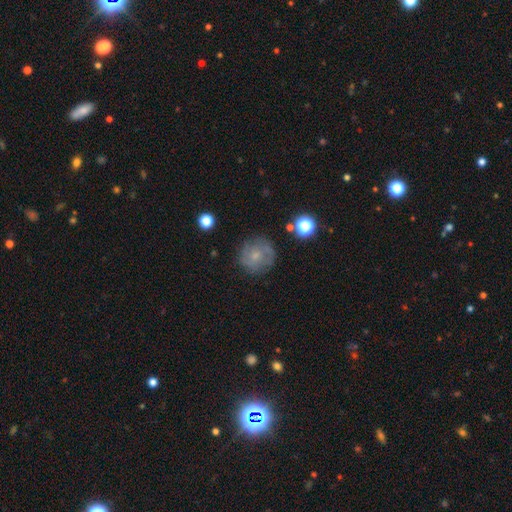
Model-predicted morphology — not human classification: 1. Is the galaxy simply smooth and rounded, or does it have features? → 53% smooth, 36% featured or disk, 11% star or artifact.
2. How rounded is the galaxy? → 90% round, 9% in between, 1% cigar-shaped.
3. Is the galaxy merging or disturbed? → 75% none, 17% minor disturbance, 6% major disturbance, 2% merger.